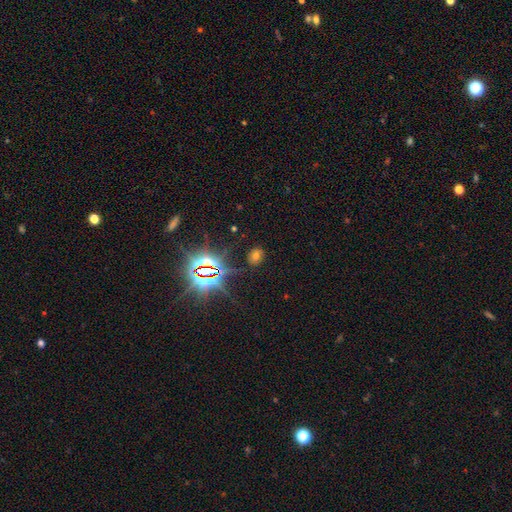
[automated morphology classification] Smooth or featured: smooth — 48% (star or artifact — 40%)
Merging: none — 83% (minor disturbance — 11%)